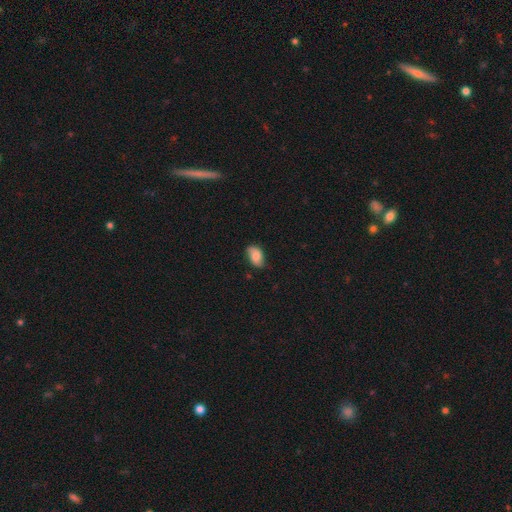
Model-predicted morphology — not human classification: A smooth galaxy with no disk features (72%) that is in between round and cigar-shaped (91%). Merging: none (74%).